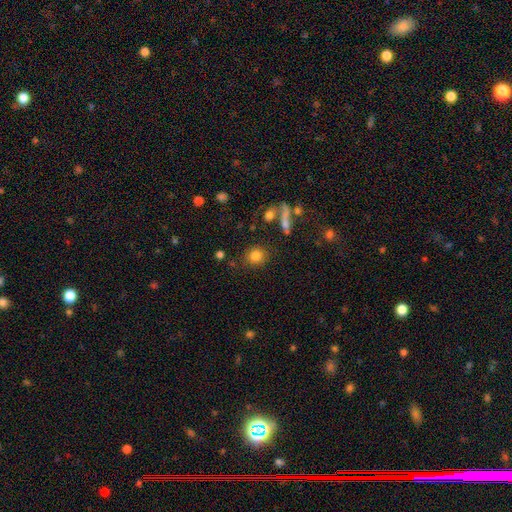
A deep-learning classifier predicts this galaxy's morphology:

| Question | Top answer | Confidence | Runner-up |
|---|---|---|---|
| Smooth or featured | smooth | 81% | star or artifact (11%) |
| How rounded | round | 82% | in between (16%) |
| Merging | none | 82% | minor disturbance (9%) |